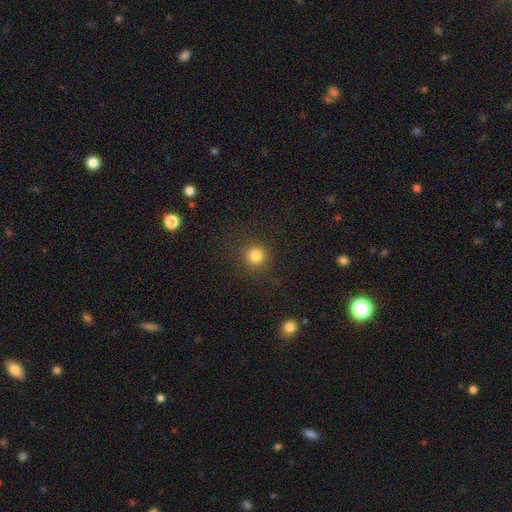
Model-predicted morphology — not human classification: smooth 82%, star or artifact 13%, featured or disk 5%. Down the decision tree: how rounded — round (93%); merging — none (88%).